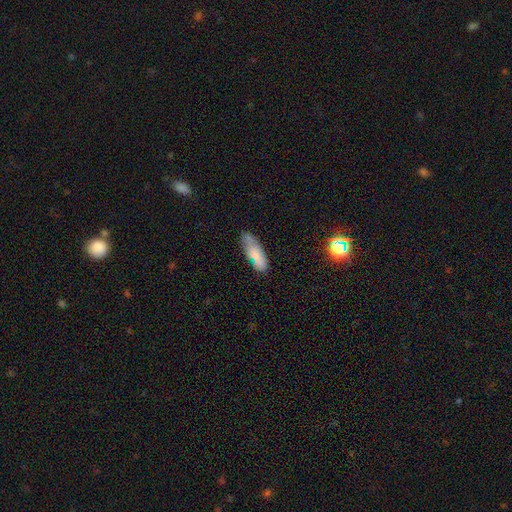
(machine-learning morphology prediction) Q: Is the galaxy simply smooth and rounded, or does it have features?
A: smooth — 76%.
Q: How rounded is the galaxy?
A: in between — 62%.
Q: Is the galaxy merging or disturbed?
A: none — 57%.